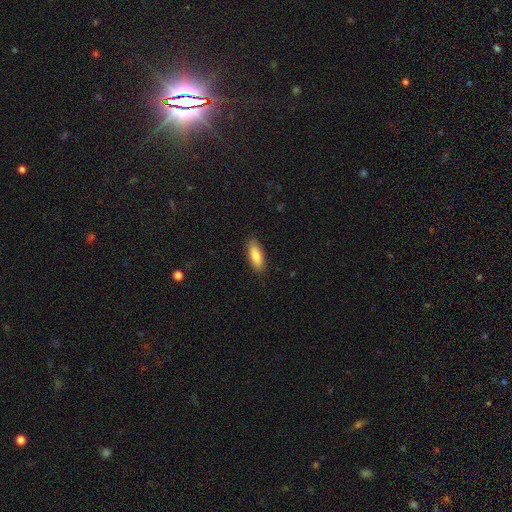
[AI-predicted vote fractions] smooth_or_featured: smooth (p=0.82) [alt: featured or disk p=0.12]
how_rounded: in between (p=0.70) [alt: cigar-shaped p=0.28]
merging: none (p=0.88) [alt: minor disturbance p=0.09]